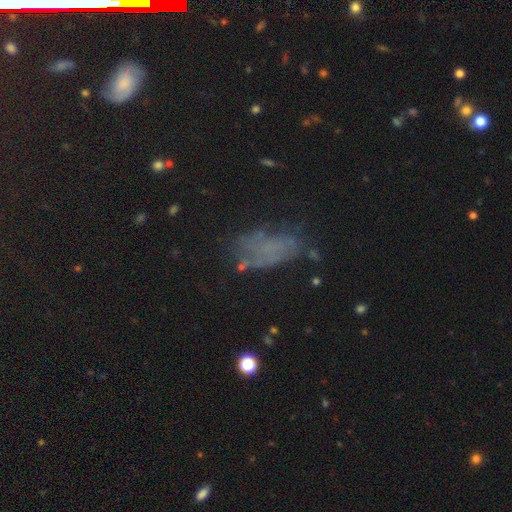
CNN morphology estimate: This appears to be a smooth galaxy with no disk features (44%). Merging: none (47%).